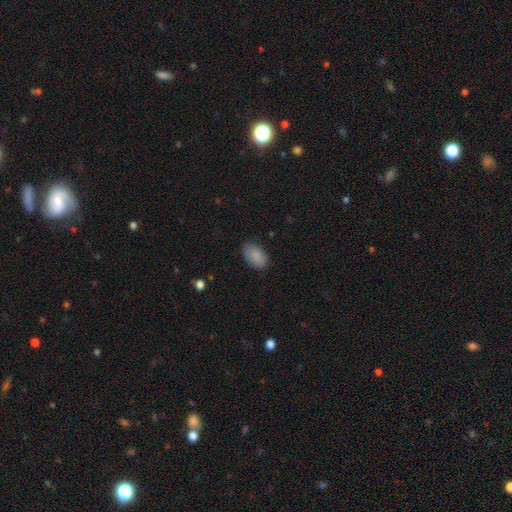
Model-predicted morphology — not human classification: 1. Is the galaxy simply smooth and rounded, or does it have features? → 86% smooth, 7% featured or disk, 7% star or artifact.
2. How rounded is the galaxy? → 91% in between, 7% round, 1% cigar-shaped.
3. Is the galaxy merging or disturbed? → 79% none, 17% minor disturbance, 3% major disturbance, 1% merger.